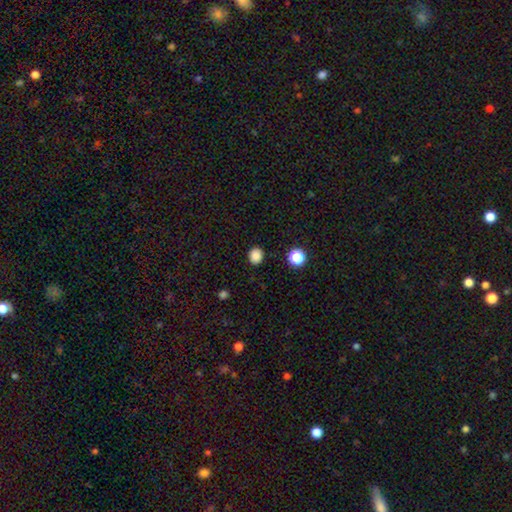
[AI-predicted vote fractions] Overall: smooth (85%). How rounded: round (74%). Merging: none (90%).